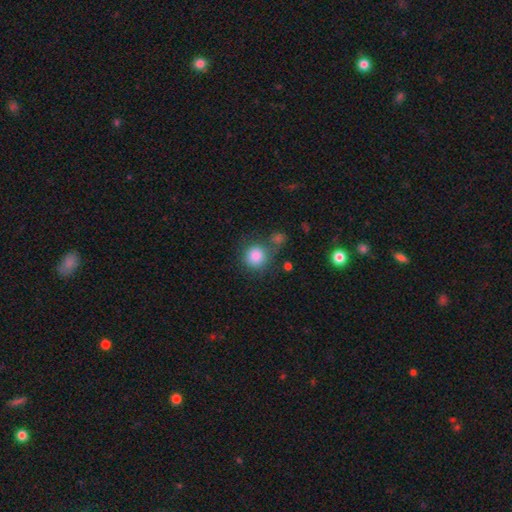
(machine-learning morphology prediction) smooth 86%, star or artifact 9%, featured or disk 5%. Down the decision tree: how rounded — round (90%); merging — none (66%).